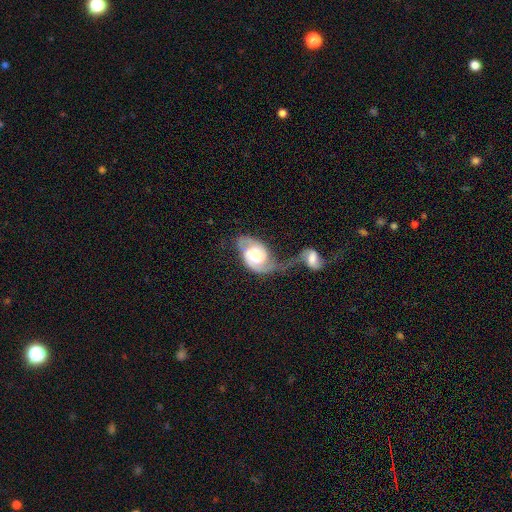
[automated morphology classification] smooth_or_featured: featured or disk (p=0.85) [alt: smooth p=0.11]
disk_edge_on: no (p=0.97) [alt: yes p=0.03]
bar: no (p=0.53) [alt: weak p=0.35]
has_spiral_arms: yes (p=0.96) [alt: no p=0.04]
spiral_winding: medium (p=0.42) [alt: tight p=0.39]
spiral_arm_count: 2 (p=0.86) [alt: can't tell p=0.05]
bulge_size: moderate (p=0.41) [alt: large p=0.31]
merging: merger (p=0.55) [alt: none p=0.18]